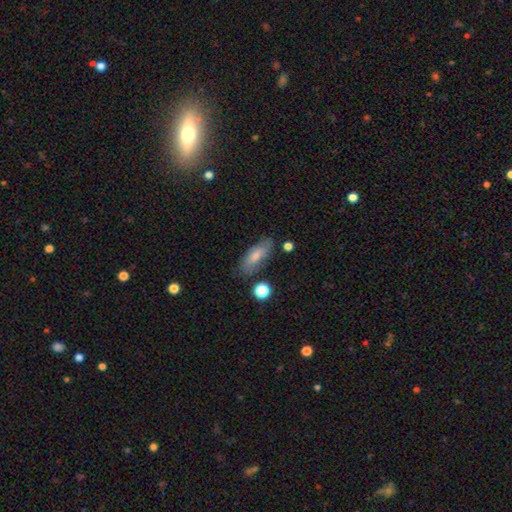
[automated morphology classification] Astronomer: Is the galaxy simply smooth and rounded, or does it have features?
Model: smooth — 75%.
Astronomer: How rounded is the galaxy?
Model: in between — 74%.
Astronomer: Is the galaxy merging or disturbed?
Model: none — 75%.